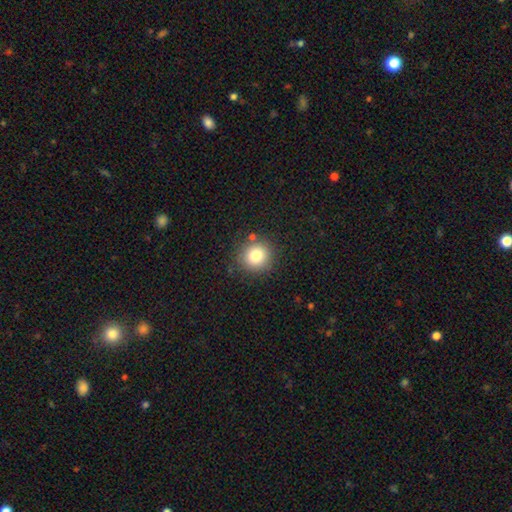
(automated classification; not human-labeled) Smooth or featured? Predicted: smooth (p=0.79). How rounded? Predicted: round (p=0.92). Merging? Predicted: none (p=0.85).